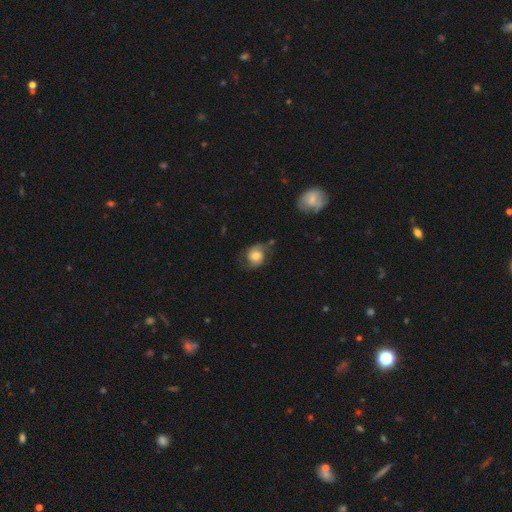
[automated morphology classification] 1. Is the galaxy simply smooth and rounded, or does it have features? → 46% featured or disk, 45% smooth, 9% star or artifact.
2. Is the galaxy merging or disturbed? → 57% none, 26% minor disturbance, 13% major disturbance, 4% merger.